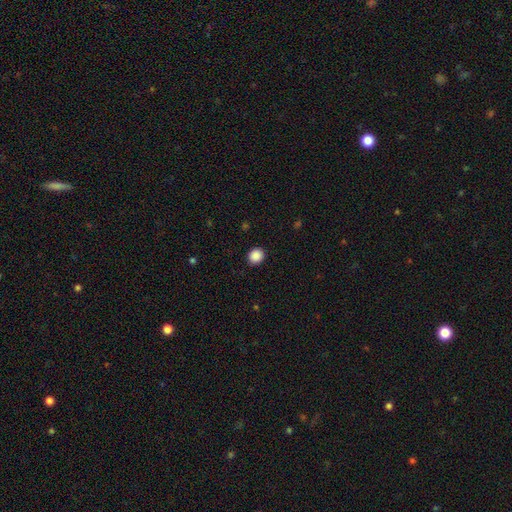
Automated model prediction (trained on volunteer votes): Smooth or featured: smooth — 89% (star or artifact — 9%)
How rounded: round — 83% (in between — 16%)
Merging: none — 91% (minor disturbance — 6%)